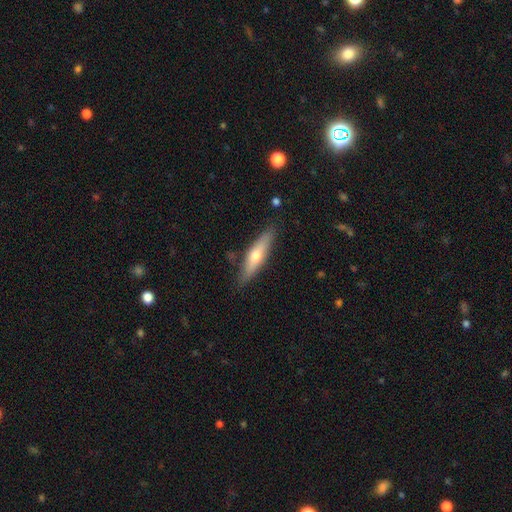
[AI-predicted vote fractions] smooth 49%, featured or disk 45%, star or artifact 6%. Down the decision tree: merging — none (84%).